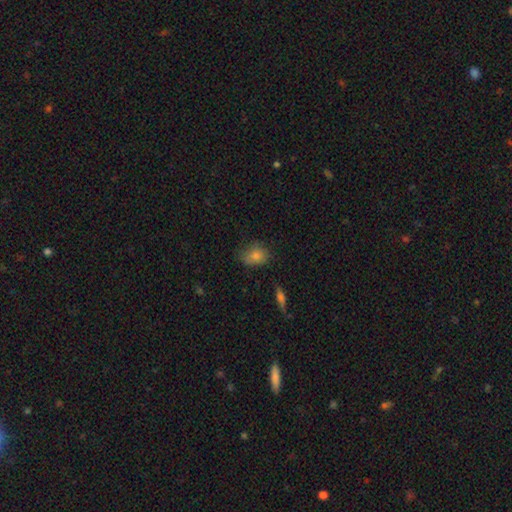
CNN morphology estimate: Smooth or featured?
  - smooth: 78% *
  - star or artifact: 12%
  - featured or disk: 11%
How rounded?
  - in between: 53% *
  - round: 45%
  - cigar-shaped: 2%
Merging?
  - none: 65% *
  - minor disturbance: 27%
  - major disturbance: 6%
  - merger: 2%